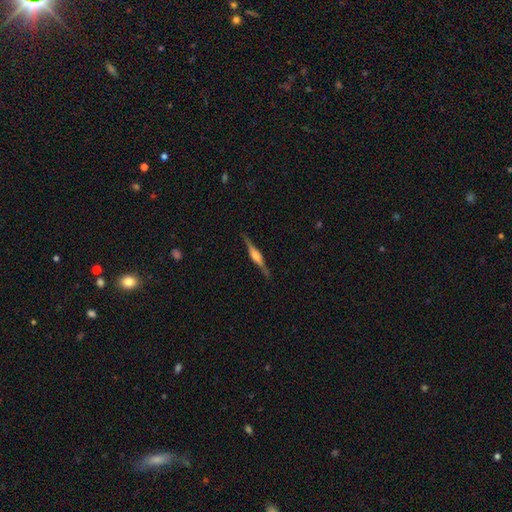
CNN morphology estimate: Overall: featured or disk (79%). Edge-on disk: yes (98%). Edge-on bulge: rounded (73%). Merging: none (88%).